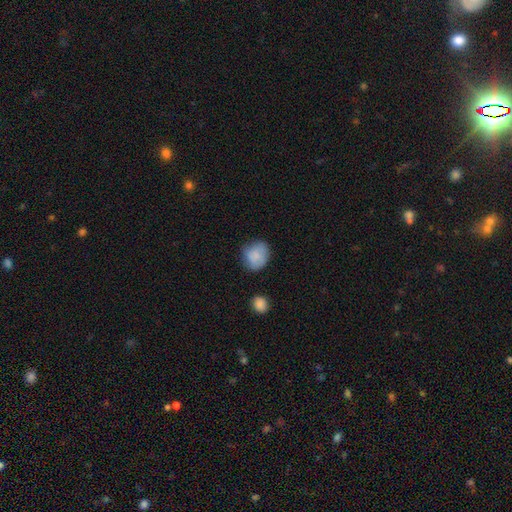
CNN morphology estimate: smooth-or-featured: smooth: 81% | featured or disk: 12% | star or artifact: 7%
  how-rounded: round: 68% | in between: 31% | cigar-shaped: 1%
  merging: none: 65% | minor disturbance: 26% | major disturbance: 7% | merger: 2%